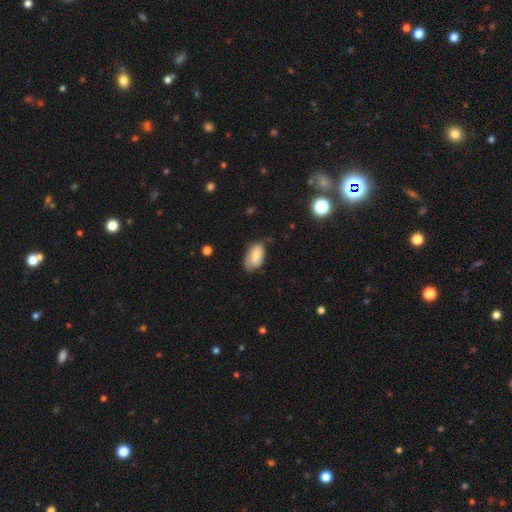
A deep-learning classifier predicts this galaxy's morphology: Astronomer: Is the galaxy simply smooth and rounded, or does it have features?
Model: smooth — 76%.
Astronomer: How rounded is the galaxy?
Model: in between — 93%.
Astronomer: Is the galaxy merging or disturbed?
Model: none — 53% (runner-up: minor disturbance, 36%).